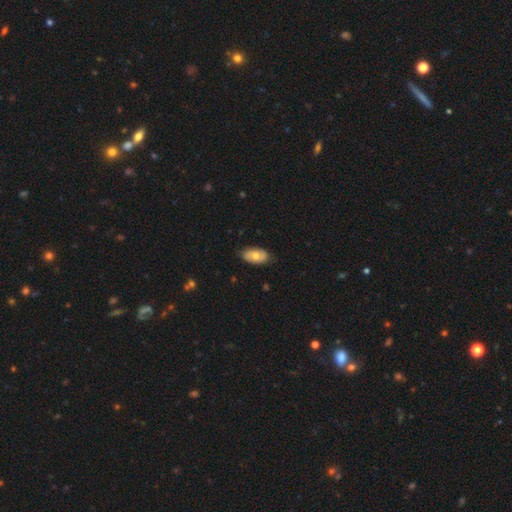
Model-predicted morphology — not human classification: The model was most divided on "smooth or featured": smooth: 64%, featured or disk: 29%, star or artifact: 6%. More confident: how rounded — in between (93%); merging — none (79%).